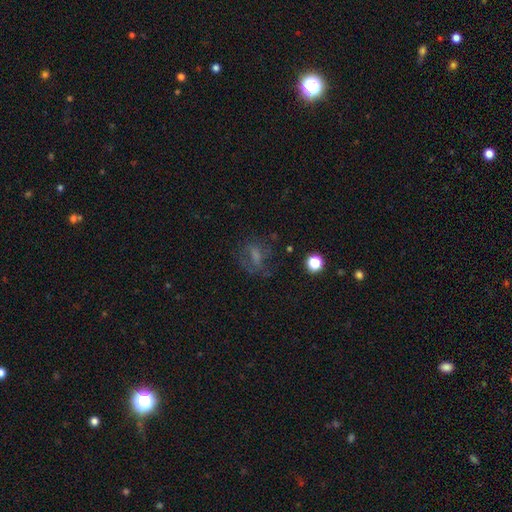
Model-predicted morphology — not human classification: Q: Smooth or featured?
A: smooth (41%); runner-up: featured or disk (36%)
Q: Merging?
A: none (53%); runner-up: major disturbance (24%)